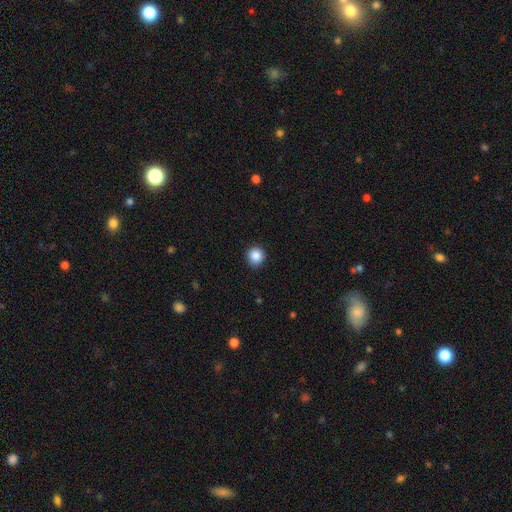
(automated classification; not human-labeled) smooth 87%, star or artifact 9%, featured or disk 4%. Down the decision tree: how rounded — round (93%); merging — none (91%).